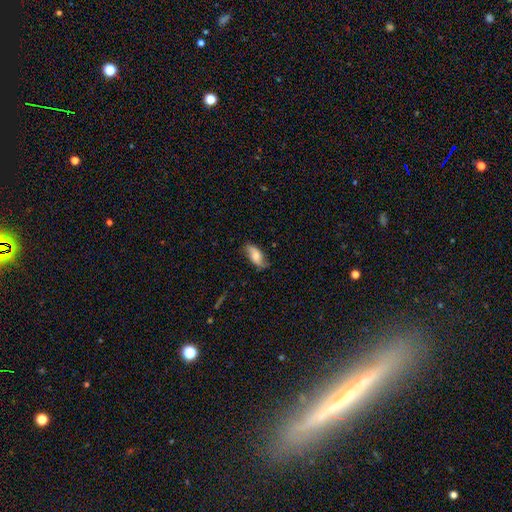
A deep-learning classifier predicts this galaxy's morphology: A smooth galaxy with no disk features (49%). Merging: none (73%).